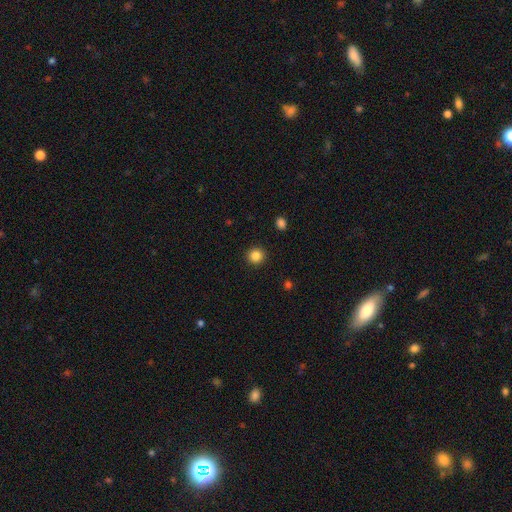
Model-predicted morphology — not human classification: The model was most divided on "smooth or featured": smooth: 85%, star or artifact: 11%, featured or disk: 4%. More confident: how rounded — round (94%); merging — none (92%).